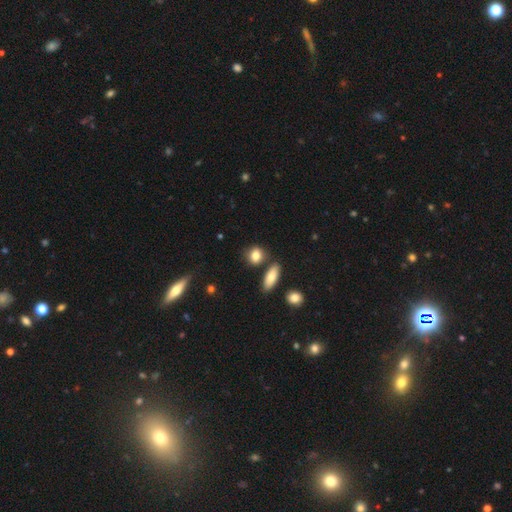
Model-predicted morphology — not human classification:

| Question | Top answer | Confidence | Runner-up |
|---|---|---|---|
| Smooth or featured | smooth | 84% | featured or disk (8%) |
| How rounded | round | 54% | in between (42%) |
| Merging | none | 73% | minor disturbance (13%) |